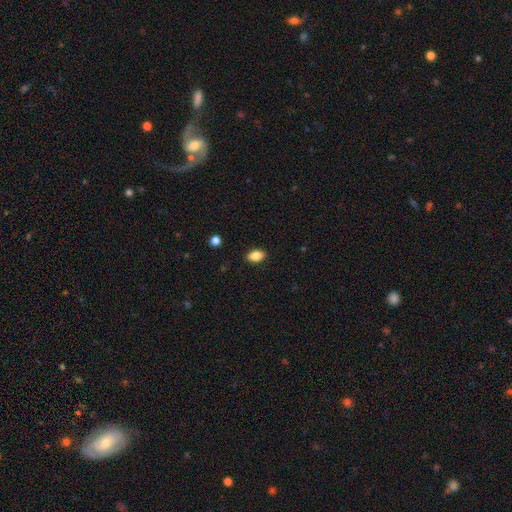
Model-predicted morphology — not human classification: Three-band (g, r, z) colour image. It shows a smooth galaxy with no disk features (84%) that is in between round and cigar-shaped (89%). Merging: none (88%).